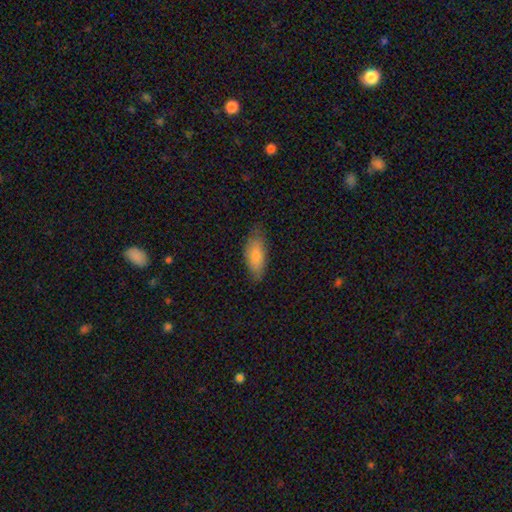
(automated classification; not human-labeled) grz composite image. It shows a smooth galaxy with no disk features (77%) that is in between round and cigar-shaped (79%). Merging: none (75%).